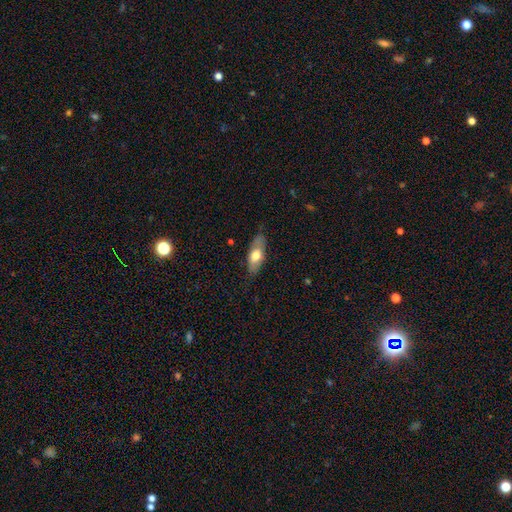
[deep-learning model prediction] Smooth or featured? Predicted: smooth (p=0.62). How rounded? Predicted: in between (p=0.76). Merging? Predicted: none (p=0.77).